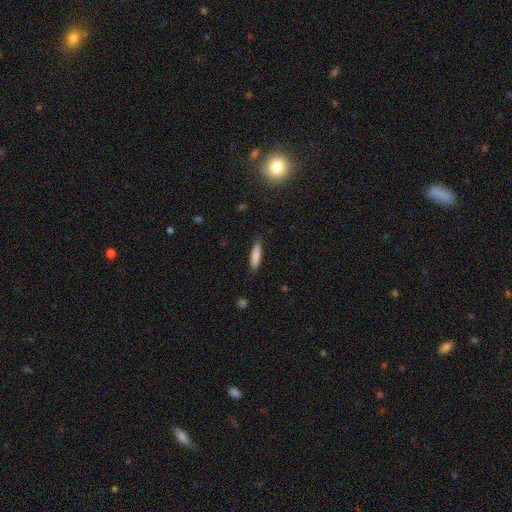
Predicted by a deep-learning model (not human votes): smooth-or-featured: smooth: 84% | featured or disk: 9% | star or artifact: 7%
  how-rounded: cigar-shaped: 74% | in between: 25% | round: 1%
  merging: none: 83% | minor disturbance: 13% | major disturbance: 3% | merger: 1%